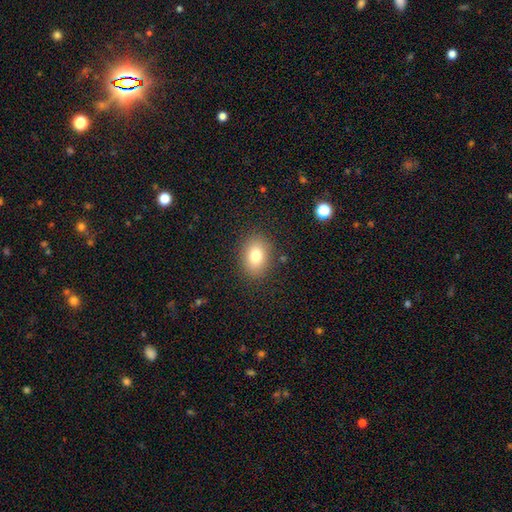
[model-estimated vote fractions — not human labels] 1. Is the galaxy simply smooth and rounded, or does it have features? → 80% smooth, 10% star or artifact, 10% featured or disk.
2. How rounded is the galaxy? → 64% in between, 35% round, 1% cigar-shaped.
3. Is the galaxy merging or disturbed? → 87% none, 9% minor disturbance, 3% major disturbance, 1% merger.